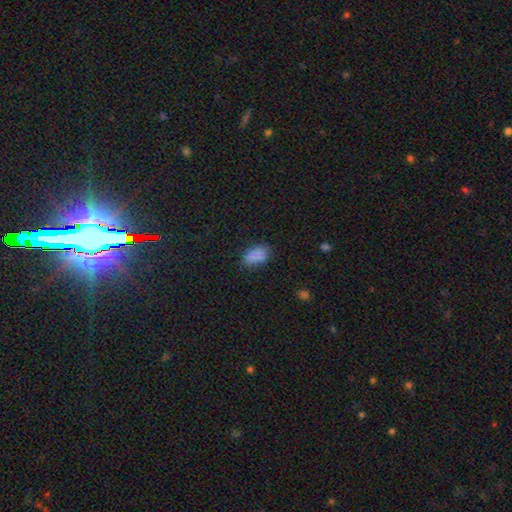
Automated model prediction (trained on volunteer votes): Smooth or featured?
  - smooth: 81% *
  - star or artifact: 12%
  - featured or disk: 7%
How rounded?
  - in between: 90% *
  - round: 7%
  - cigar-shaped: 2%
Merging?
  - none: 66% *
  - minor disturbance: 24%
  - major disturbance: 7%
  - merger: 3%